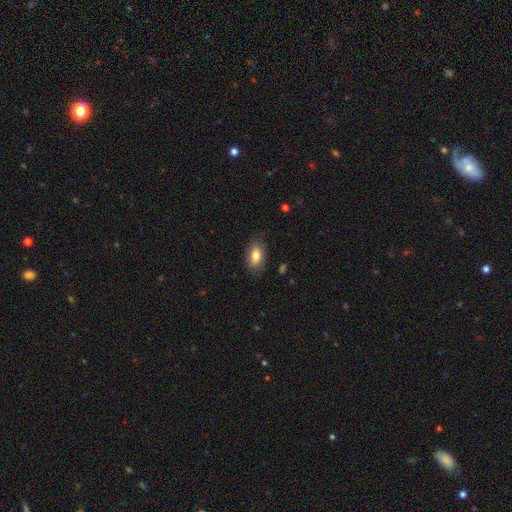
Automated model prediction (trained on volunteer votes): This appears to be a smooth galaxy with no disk features (81%) that is in between round and cigar-shaped (90%). Merging: none (79%).